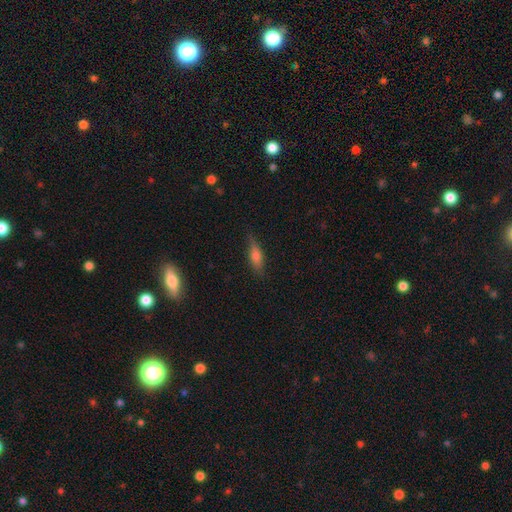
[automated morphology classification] Smooth or featured? smooth (55%)
How rounded? cigar-shaped (55%)
Merging? none (78%)